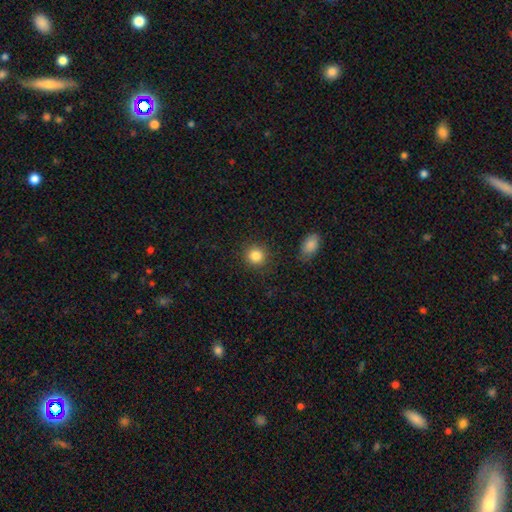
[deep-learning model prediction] smooth_or_featured: smooth (p=0.85) [alt: star or artifact p=0.10]
how_rounded: round (p=0.90) [alt: in between p=0.09]
merging: none (p=0.88) [alt: minor disturbance p=0.07]